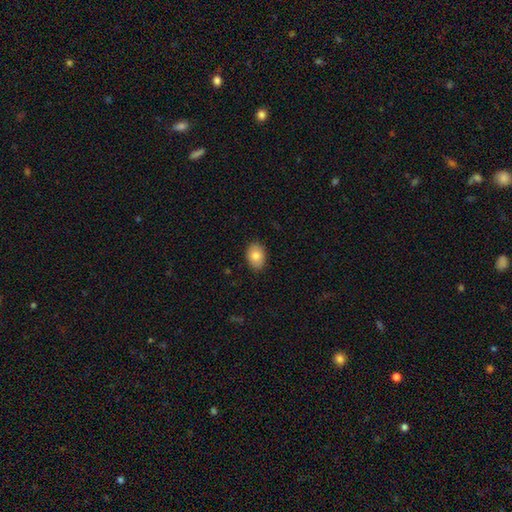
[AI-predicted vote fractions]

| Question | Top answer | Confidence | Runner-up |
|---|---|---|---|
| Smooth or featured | smooth | 83% | featured or disk (9%) |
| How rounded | in between | 81% | round (18%) |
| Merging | none | 87% | minor disturbance (10%) |